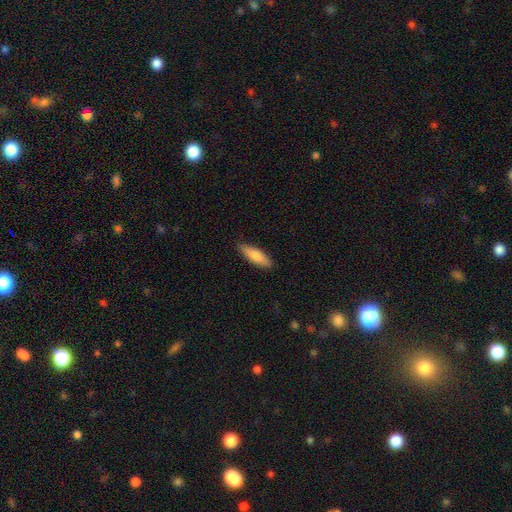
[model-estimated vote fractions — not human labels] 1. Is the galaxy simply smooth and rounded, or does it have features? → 82% smooth, 13% featured or disk, 5% star or artifact.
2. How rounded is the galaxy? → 50% in between, 48% cigar-shaped, 2% round.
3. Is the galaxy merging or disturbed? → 86% none, 11% minor disturbance, 2% major disturbance, 1% merger.